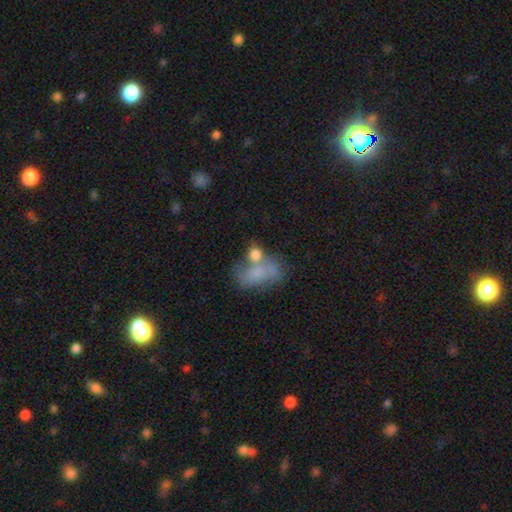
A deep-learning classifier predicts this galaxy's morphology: Smooth or featured: smooth — 70% (featured or disk — 20%)
How rounded: in between — 71% (round — 26%)
Merging: merger — 47% (none — 26%)